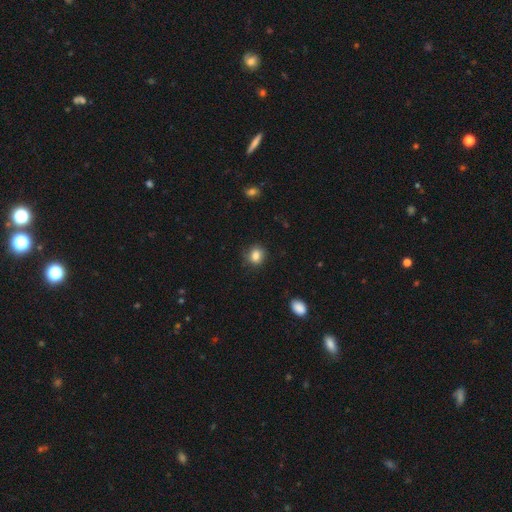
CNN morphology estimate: This is clearly a smooth galaxy (83%). How rounded: likely round (72%). Merging: clearly none (81%).